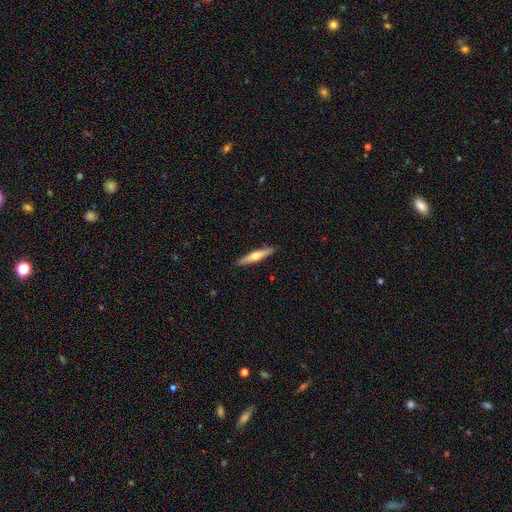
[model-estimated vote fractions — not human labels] A featured or disk galaxy (53%) viewed edge-on (93%). Merging: none (89%).